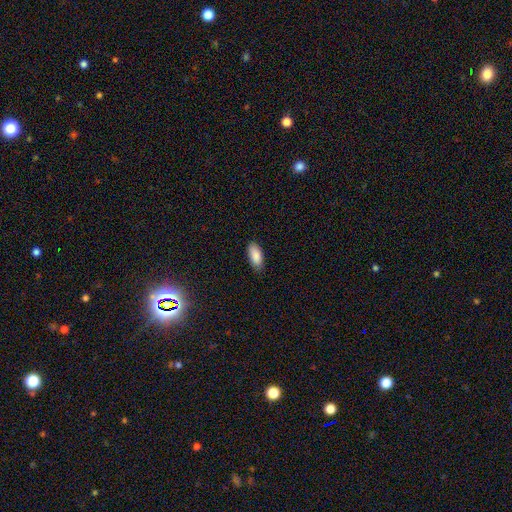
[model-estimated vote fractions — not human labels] smooth_or_featured: smooth (p=0.89) [alt: star or artifact p=0.06]
how_rounded: in between (p=0.88) [alt: cigar-shaped p=0.10]
merging: none (p=0.83) [alt: minor disturbance p=0.14]